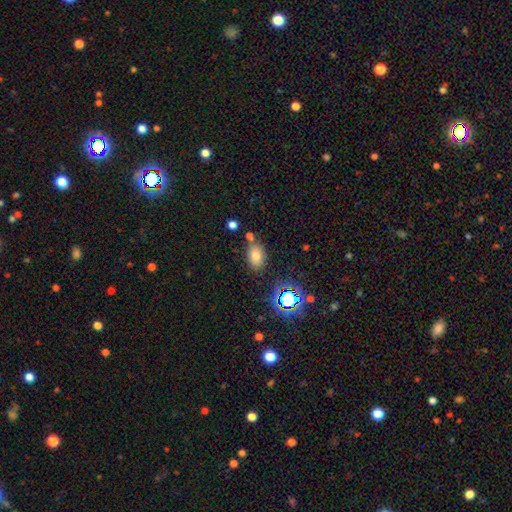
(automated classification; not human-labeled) smooth 74%, star or artifact 15%, featured or disk 10%. Down the decision tree: how rounded — in between (81%); merging — none (67%).